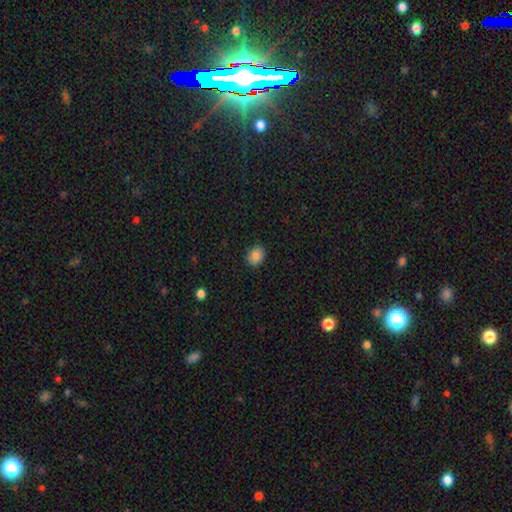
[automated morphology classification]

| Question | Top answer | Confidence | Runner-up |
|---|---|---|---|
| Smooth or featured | smooth | 84% | star or artifact (9%) |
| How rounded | round | 55% | in between (44%) |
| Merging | none | 87% | minor disturbance (10%) |